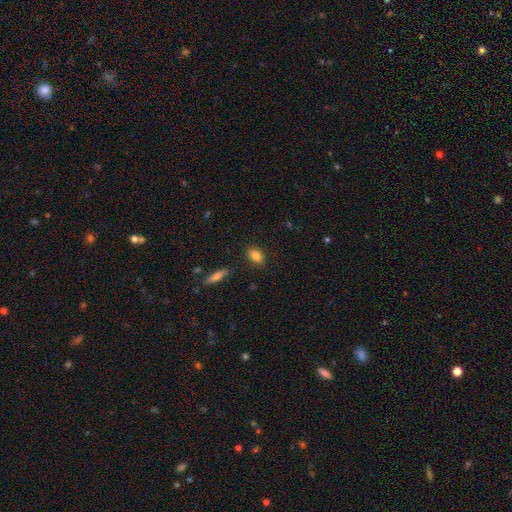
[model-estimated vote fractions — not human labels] smooth 84%, star or artifact 9%, featured or disk 7%. Down the decision tree: how rounded — in between (78%); merging — none (87%).